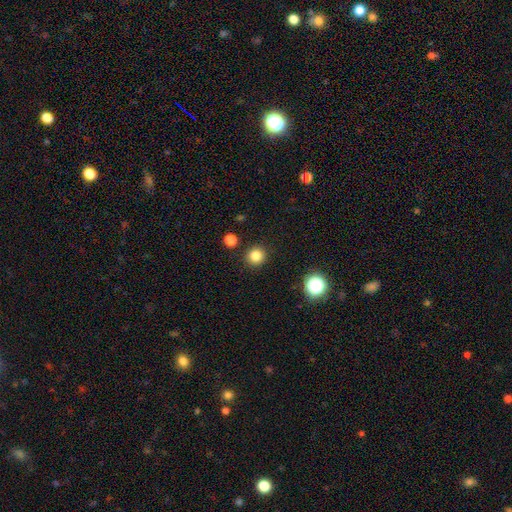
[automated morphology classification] Smooth or featured?
  - smooth: 83% *
  - star or artifact: 13%
  - featured or disk: 4%
How rounded?
  - round: 93% *
  - in between: 6%
  - cigar-shaped: 1%
Merging?
  - none: 90% *
  - minor disturbance: 5%
  - merger: 2%
  - major disturbance: 2%